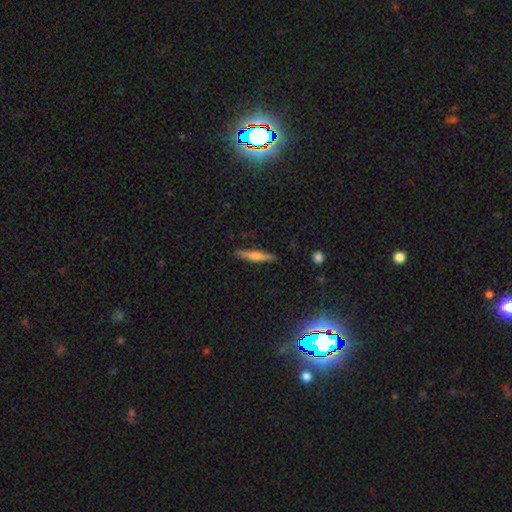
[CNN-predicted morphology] type=smooth (51%); roundness=cigar-shaped (89%); merging=none (89%).